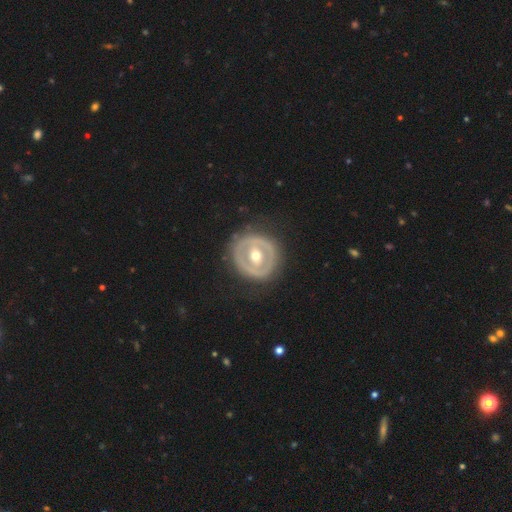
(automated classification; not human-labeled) This is likely a featured or disk galaxy (65%). It is clearly not viewed edge-on (94%). Bar: possibly no (55%). Spiral arm pattern: clearly no (88%). Central bulge: likely moderate (75%). Merging: clearly none (82%).